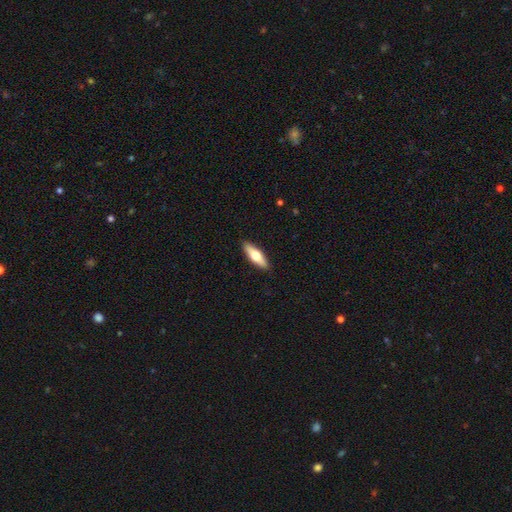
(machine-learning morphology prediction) A smooth galaxy with no disk features (54%) that is cigar-shaped (51%). Merging: none (90%).